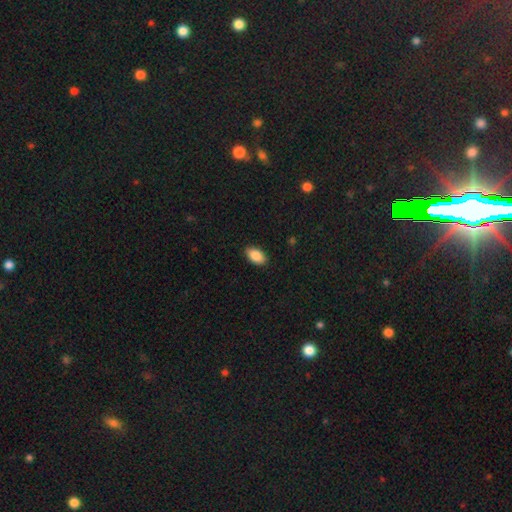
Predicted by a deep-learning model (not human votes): Smooth or featured: smooth — 88% (star or artifact — 7%)
How rounded: in between — 94% (round — 4%)
Merging: none — 87% (minor disturbance — 10%)